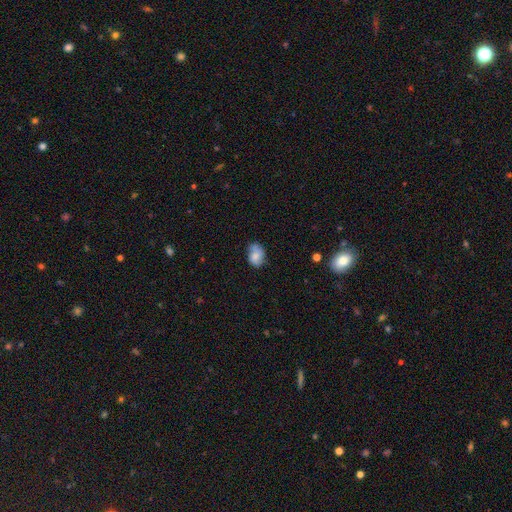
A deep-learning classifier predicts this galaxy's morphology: A smooth galaxy with no disk features (69%) that is in between round and cigar-shaped (70%). Merging: none (56%).